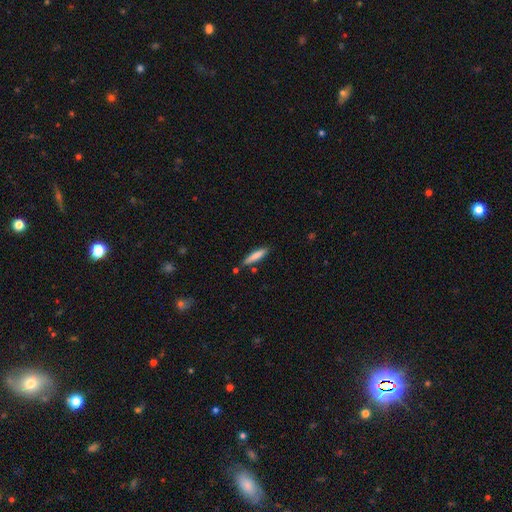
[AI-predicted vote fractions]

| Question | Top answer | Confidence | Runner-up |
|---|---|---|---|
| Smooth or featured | smooth | 79% | featured or disk (15%) |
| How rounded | cigar-shaped | 83% | in between (15%) |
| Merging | none | 81% | minor disturbance (13%) |